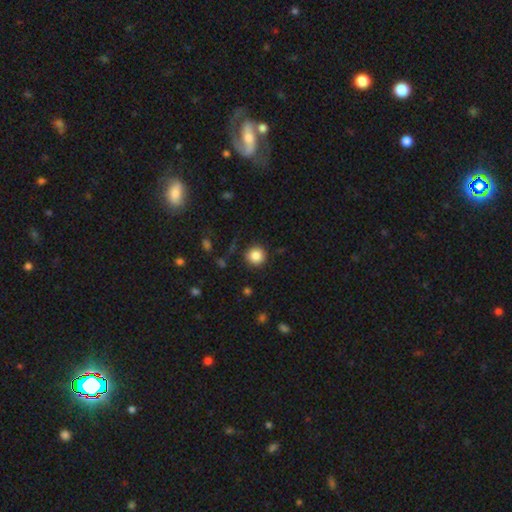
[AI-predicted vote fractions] A smooth galaxy with no disk features (85%) that is round (94%).

Vote fractions:
- Smooth or featured? smooth: 85% / star or artifact: 10% / featured or disk: 5%
- How rounded? round: 94% / in between: 5% / cigar-shaped: 1%
- Merging? none: 89% / minor disturbance: 7% / major disturbance: 2% / merger: 1%